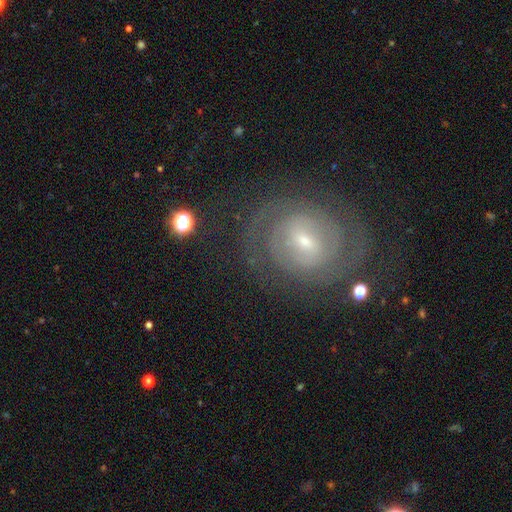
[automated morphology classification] Overall: featured or disk (80%). Edge-on disk: no (96%). Bar: weak (49%; strong 26%). Spiral arms: yes (89%). Spiral arm count: 2 (41%; can't tell 35%). Spiral winding: tight (71%). Bulge size: small (66%; moderate 28%). Merging: none (78%).